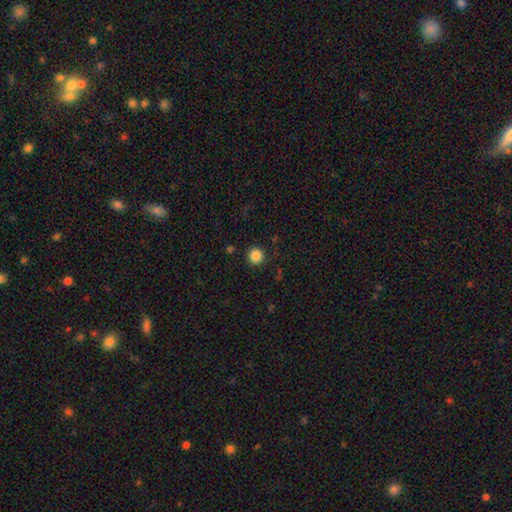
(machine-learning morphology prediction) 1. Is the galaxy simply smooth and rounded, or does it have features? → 86% smooth, 11% star or artifact, 3% featured or disk.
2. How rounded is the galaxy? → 95% round, 4% in between, 1% cigar-shaped.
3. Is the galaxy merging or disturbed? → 91% none, 6% minor disturbance, 2% major disturbance, 1% merger.